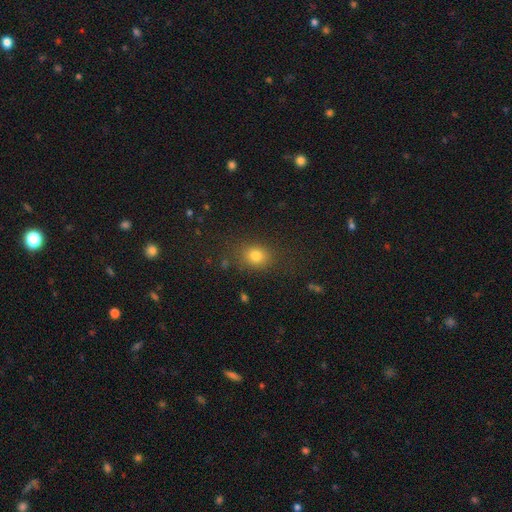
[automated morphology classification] smooth 79%, star or artifact 14%, featured or disk 7%. Down the decision tree: how rounded — round (57%); merging — none (80%).